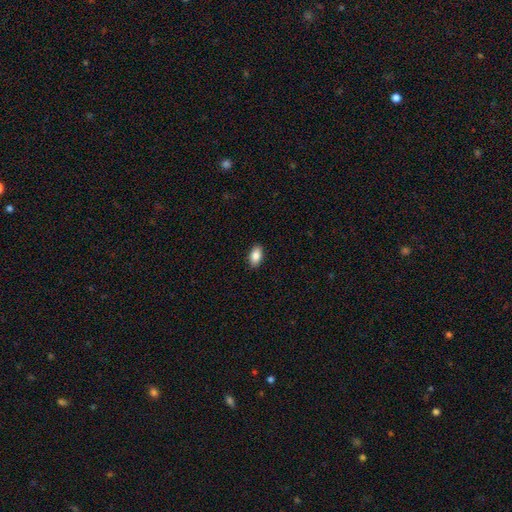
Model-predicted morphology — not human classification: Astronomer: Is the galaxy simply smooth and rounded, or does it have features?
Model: smooth — 87%.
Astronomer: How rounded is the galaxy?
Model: in between — 92%.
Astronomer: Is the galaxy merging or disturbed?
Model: none — 89%.